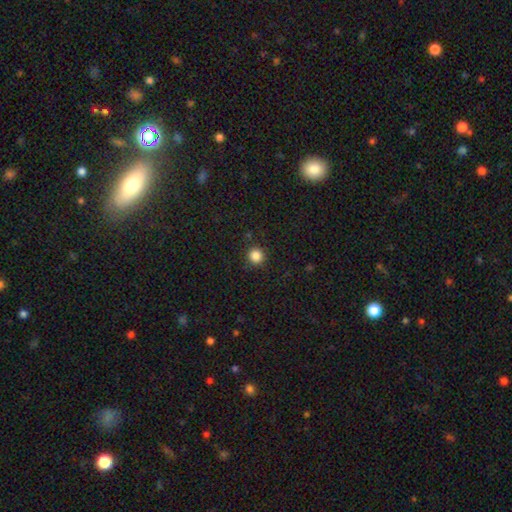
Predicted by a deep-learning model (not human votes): A smooth galaxy with no disk features (85%) that is round (95%). Merging: none (91%).